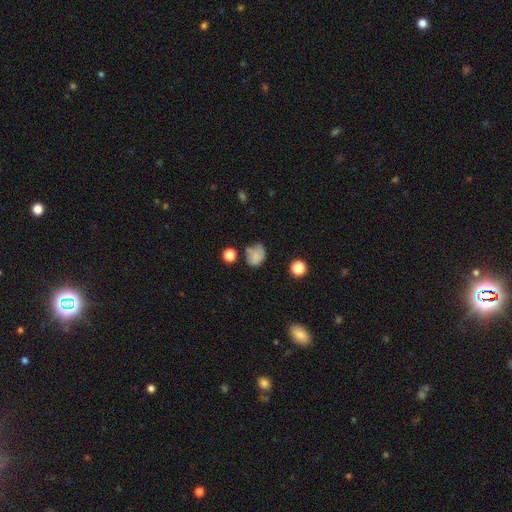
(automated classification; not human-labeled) smooth_or_featured: smooth (p=0.77) [alt: star or artifact p=0.12]
how_rounded: round (p=0.53) [alt: in between p=0.46]
merging: none (p=0.53) [alt: minor disturbance p=0.29]